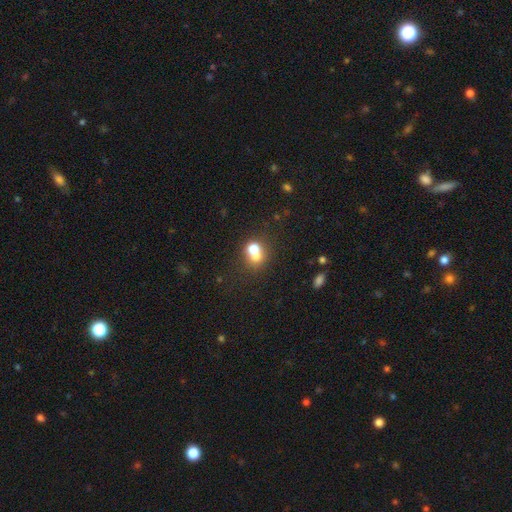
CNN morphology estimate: smooth-or-featured: smooth: 68% | featured or disk: 19% | star or artifact: 13%
  how-rounded: round: 70% | in between: 29% | cigar-shaped: 1%
  merging: merger: 57% | none: 31% | minor disturbance: 8% | major disturbance: 4%